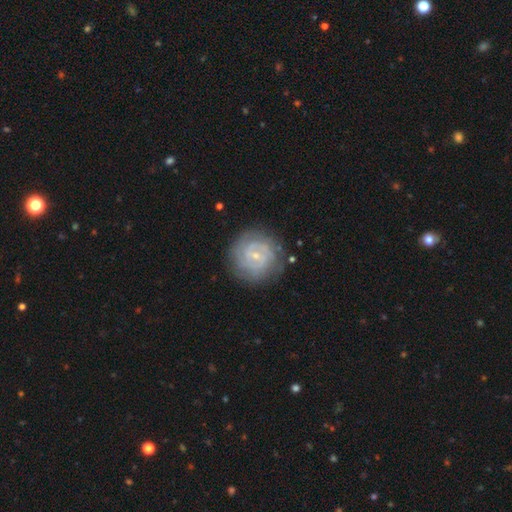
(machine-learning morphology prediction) featured or disk 78%, smooth 15%, star or artifact 7%. Down the decision tree: edge-on disk — no (98%); bar — no (54%); spiral arms — yes (92%); spiral arm count — 2 (37%); spiral winding — tight (71%); bulge size — small (80%); merging — none (82%).